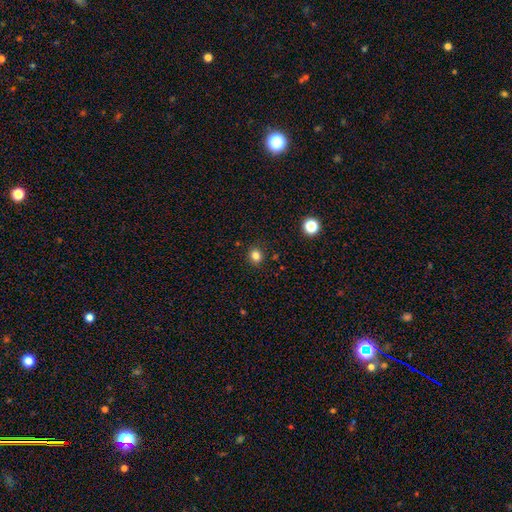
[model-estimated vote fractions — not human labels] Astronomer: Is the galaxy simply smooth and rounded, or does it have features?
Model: smooth — 82%.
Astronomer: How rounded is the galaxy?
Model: round — 81%.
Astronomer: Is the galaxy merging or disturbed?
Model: none — 89%.